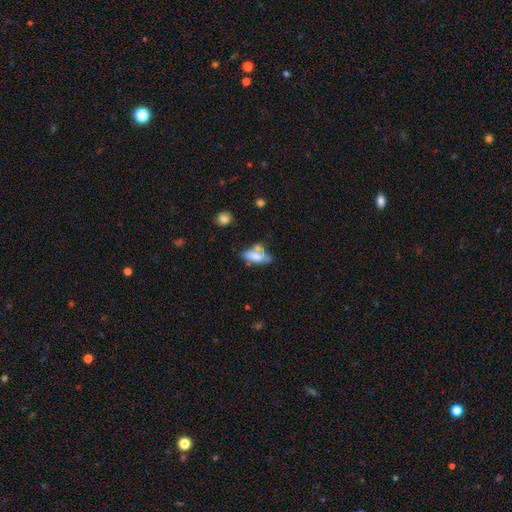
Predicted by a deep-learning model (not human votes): smooth_or_featured: smooth (p=0.67) [alt: featured or disk p=0.25]
how_rounded: in between (p=0.72) [alt: cigar-shaped p=0.25]
merging: none (p=0.44) [alt: merger p=0.25]